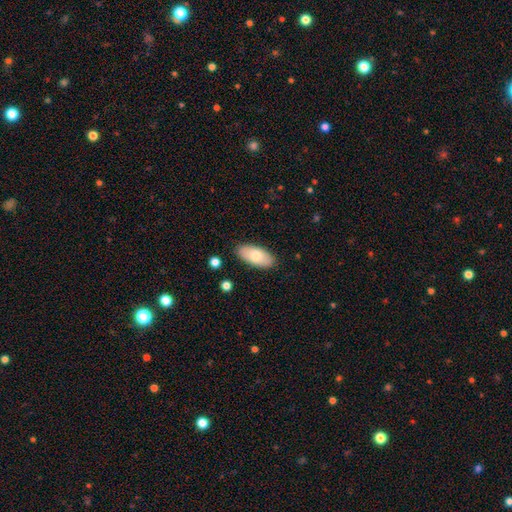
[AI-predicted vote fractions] smooth 74%, featured or disk 20%, star or artifact 6%. Down the decision tree: how rounded — in between (91%); merging — none (88%).